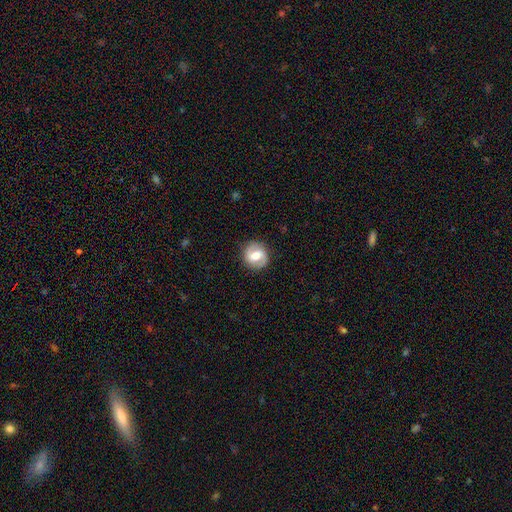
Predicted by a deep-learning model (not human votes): A featured or disk galaxy (52%) with a weak bar (48%), spiral arms (77%) and a moderate central bulge (61%). Merging: none (86%).